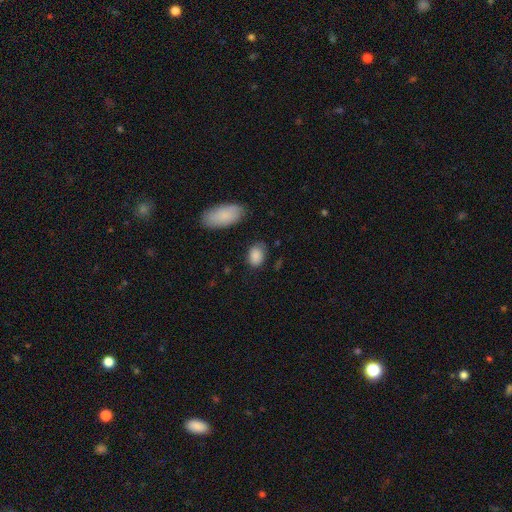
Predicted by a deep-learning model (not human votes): This is clearly a smooth galaxy (87%). How rounded: clearly in between (82%). Merging: likely none (72%).